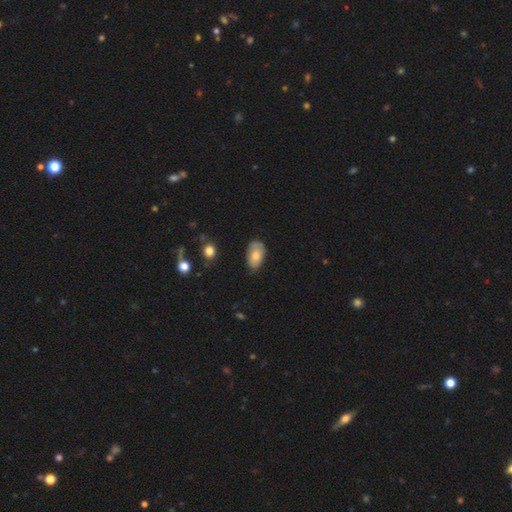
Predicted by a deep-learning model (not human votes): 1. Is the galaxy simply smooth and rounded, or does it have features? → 71% smooth, 22% featured or disk, 7% star or artifact.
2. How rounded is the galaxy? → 92% in between, 6% round, 2% cigar-shaped.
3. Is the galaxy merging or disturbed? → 59% none, 32% minor disturbance, 6% major disturbance, 2% merger.